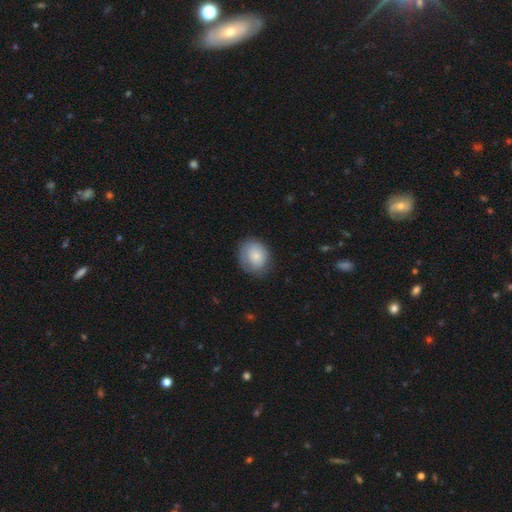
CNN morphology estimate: smooth-or-featured: smooth: 82% | featured or disk: 11% | star or artifact: 7%
  how-rounded: round: 61% | in between: 38% | cigar-shaped: 1%
  merging: none: 73% | minor disturbance: 19% | major disturbance: 6% | merger: 1%